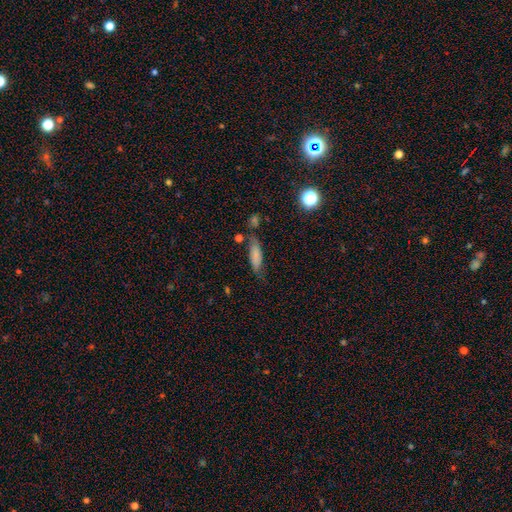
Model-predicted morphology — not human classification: A smooth galaxy with no disk features (75%) that is in between round and cigar-shaped (51%).

Vote fractions:
- Smooth or featured? smooth: 75% / featured or disk: 16% / star or artifact: 9%
- How rounded? in between: 51% / cigar-shaped: 46% / round: 3%
- Merging? none: 62% / minor disturbance: 24% / merger: 7% / major disturbance: 7%